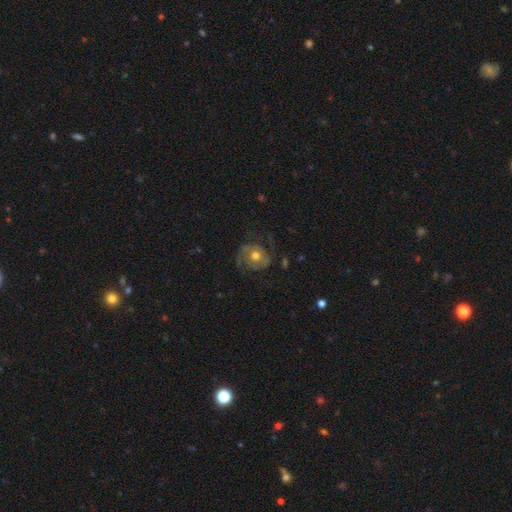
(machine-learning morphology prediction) Q: Smooth or featured?
A: featured or disk (69%); runner-up: smooth (24%)
Q: Edge-on disk?
A: no (97%); runner-up: yes (3%)
Q: Bar?
A: no (81%); runner-up: weak (15%)
Q: Spiral arms?
A: yes (82%); runner-up: no (18%)
Q: Spiral winding?
A: tight (42%); runner-up: medium (38%)
Q: Spiral arm count?
A: 2 (70%); runner-up: can't tell (13%)
Q: Bulge size?
A: moderate (76%); runner-up: small (11%)
Q: Merging?
A: none (65%); runner-up: minor disturbance (19%)